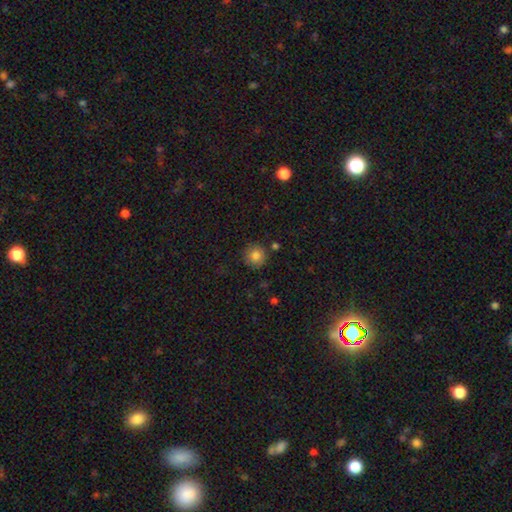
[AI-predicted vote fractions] The model was most divided on "smooth or featured": smooth: 83%, star or artifact: 10%, featured or disk: 7%. More confident: how rounded — round (94%); merging — none (86%).